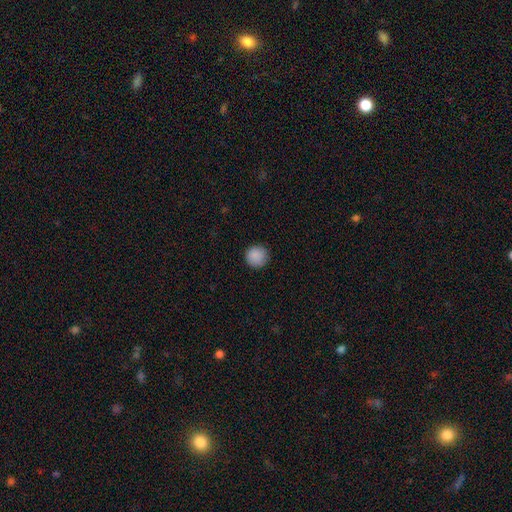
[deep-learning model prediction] This is clearly a smooth galaxy (89%). How rounded: clearly round (95%). Merging: clearly none (88%).